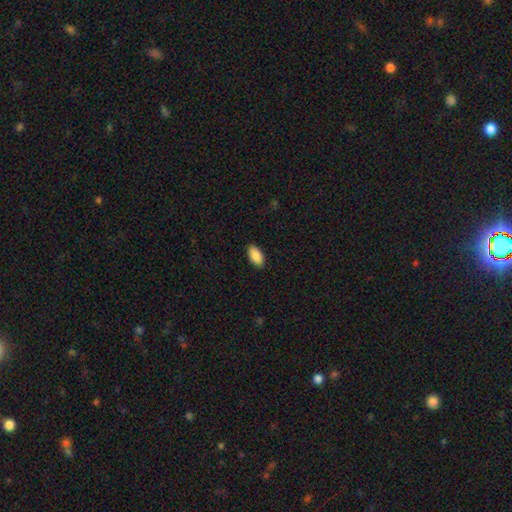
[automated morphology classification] Overall: smooth (90%). How rounded: in between (94%). Merging: none (89%).